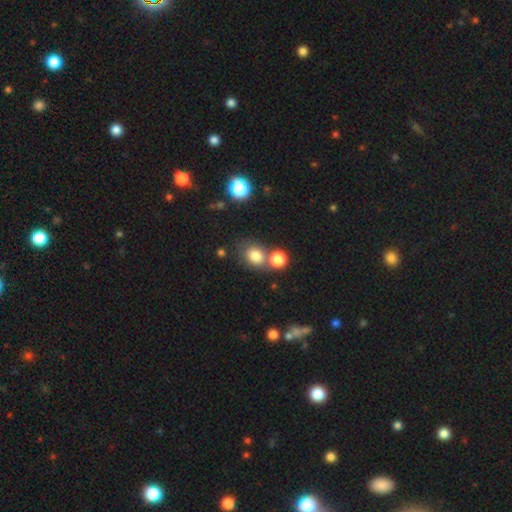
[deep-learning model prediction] Smooth or featured?
  - smooth: 79% *
  - star or artifact: 12%
  - featured or disk: 9%
How rounded?
  - round: 60% *
  - in between: 39%
  - cigar-shaped: 1%
Merging?
  - none: 45% *
  - merger: 40%
  - minor disturbance: 10%
  - major disturbance: 4%